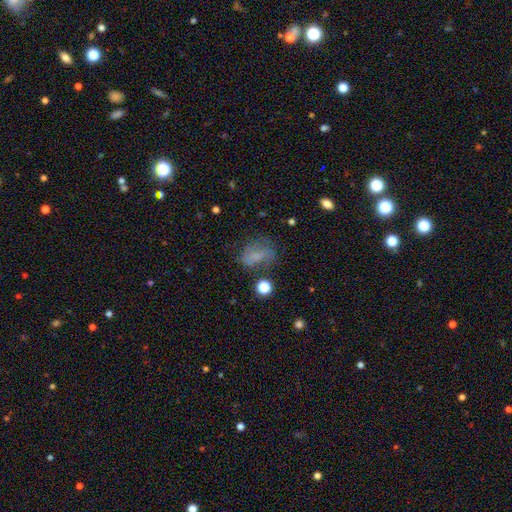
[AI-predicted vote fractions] A smooth galaxy with no disk features (57%) that is in between round and cigar-shaped (71%). Merging: none (48%).